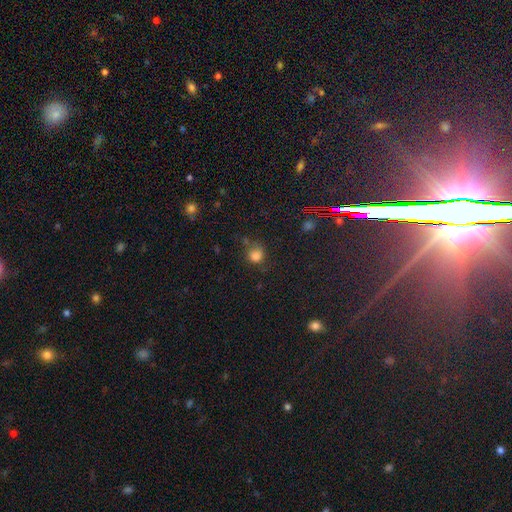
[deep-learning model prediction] smooth 80%, star or artifact 15%, featured or disk 6%. Down the decision tree: how rounded — round (79%); merging — none (61%).